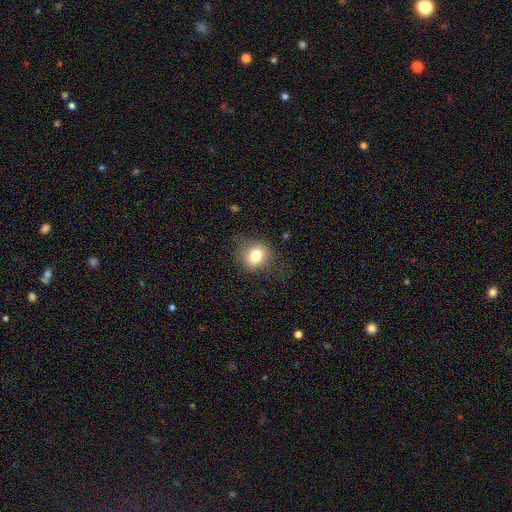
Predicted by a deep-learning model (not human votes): smooth_or_featured: smooth (p=0.76) [alt: featured or disk p=0.12]
how_rounded: round (p=0.73) [alt: in between p=0.26]
merging: none (p=0.72) [alt: minor disturbance p=0.18]